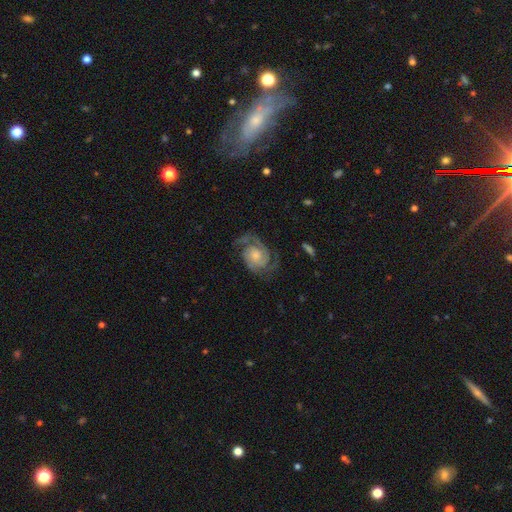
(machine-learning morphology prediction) featured or disk 87%, smooth 8%, star or artifact 5%. Down the decision tree: edge-on disk — no (98%); bar — no (74%); spiral arms — yes (97%); spiral arm count — 2 (77%); spiral winding — tight (49%); bulge size — small (43%); merging — none (68%).